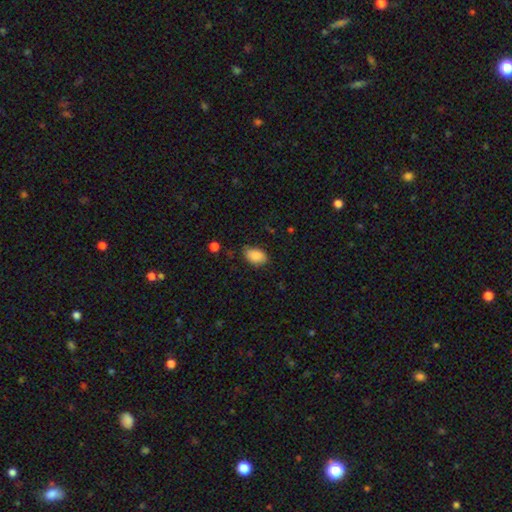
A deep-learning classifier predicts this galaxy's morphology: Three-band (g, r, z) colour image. It shows a smooth galaxy with no disk features (87%) that is in between round and cigar-shaped (87%). Merging: none (76%).